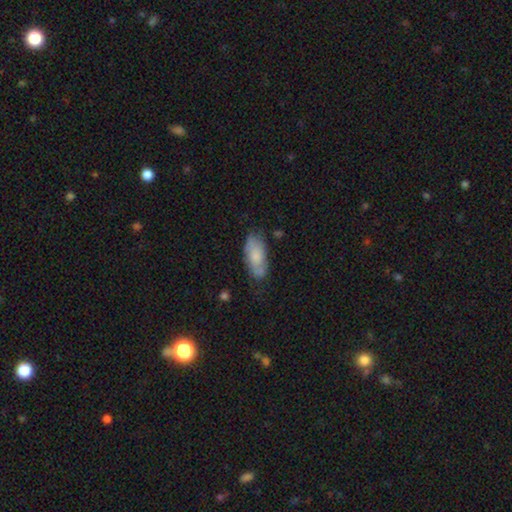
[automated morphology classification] This is likely a smooth galaxy (68%). How rounded: clearly in between (84%). Merging: likely none (69%).